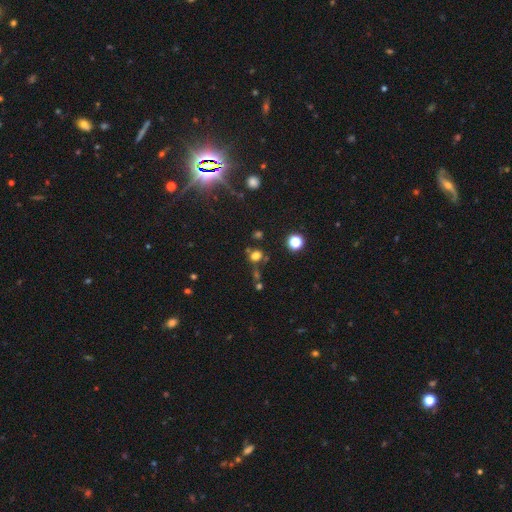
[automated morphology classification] Smooth or featured?
  - smooth: 66% *
  - star or artifact: 26%
  - featured or disk: 8%
How rounded?
  - round: 78% *
  - in between: 21%
  - cigar-shaped: 1%
Merging?
  - none: 66% *
  - merger: 15%
  - minor disturbance: 12%
  - major disturbance: 7%